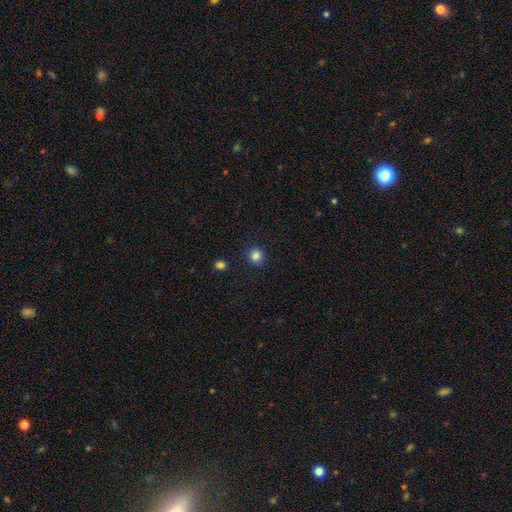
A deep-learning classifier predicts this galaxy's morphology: A smooth galaxy with no disk features (85%) that is round (90%).

Vote fractions:
- Smooth or featured? smooth: 85% / star or artifact: 11% / featured or disk: 4%
- How rounded? round: 90% / in between: 9% / cigar-shaped: 1%
- Merging? none: 90% / minor disturbance: 6% / major disturbance: 2% / merger: 2%